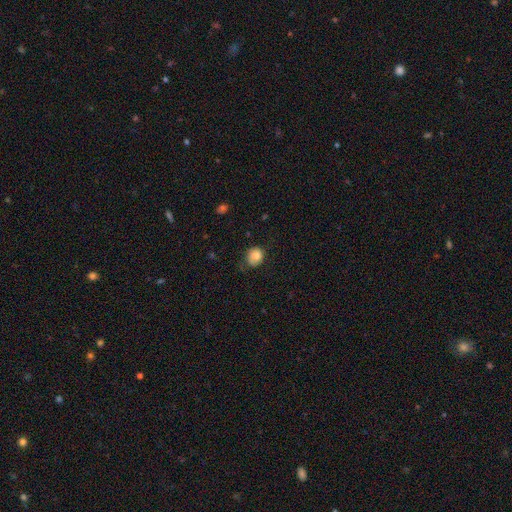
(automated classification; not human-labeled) This is clearly a smooth galaxy (81%). How rounded: likely round (69%). Merging: possibly none (60%).